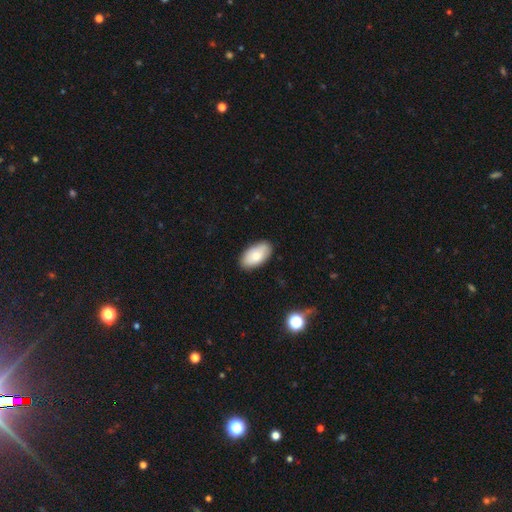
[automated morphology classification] This is likely a smooth galaxy (78%). How rounded: clearly in between (95%). Merging: clearly none (86%).